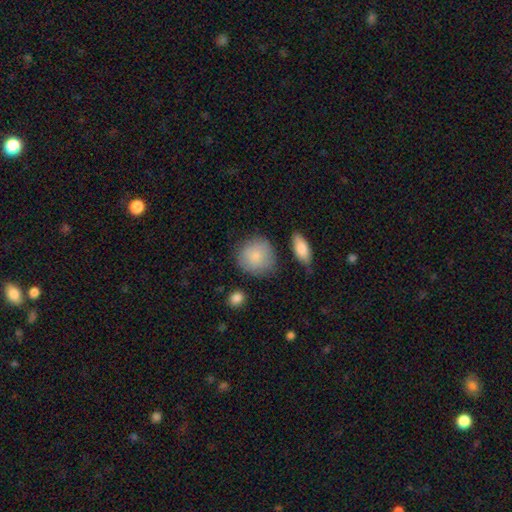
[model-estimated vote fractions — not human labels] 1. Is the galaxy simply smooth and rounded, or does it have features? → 84% smooth, 9% featured or disk, 6% star or artifact.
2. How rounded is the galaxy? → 88% round, 11% in between, 1% cigar-shaped.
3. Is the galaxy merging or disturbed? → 75% none, 16% minor disturbance, 4% major disturbance, 4% merger.